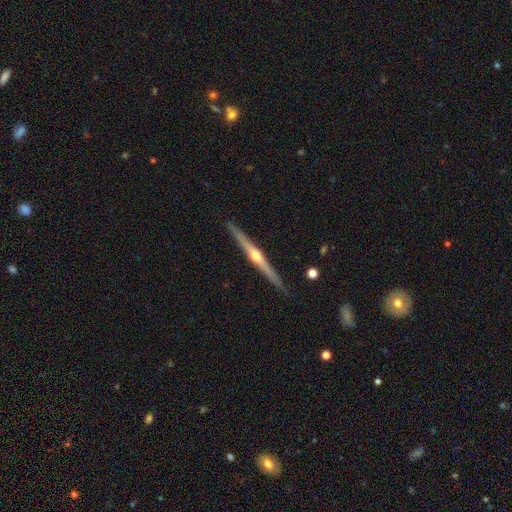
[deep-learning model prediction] featured or disk 80%, smooth 15%, star or artifact 5%. Down the decision tree: edge-on disk — yes (98%); edge-on bulge — rounded (89%); merging — none (90%).